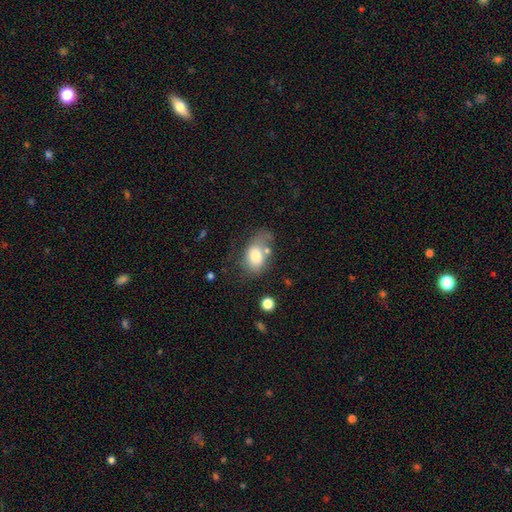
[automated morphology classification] A smooth galaxy with no disk features (74%) that is in between round and cigar-shaped (81%).

Vote fractions:
- Smooth or featured? smooth: 74% / featured or disk: 18% / star or artifact: 8%
- How rounded? in between: 81% / round: 18% / cigar-shaped: 1%
- Merging? none: 33% / minor disturbance: 26% / major disturbance: 24% / merger: 17%